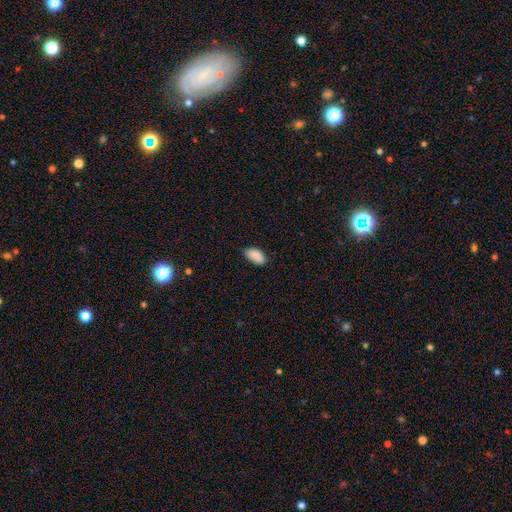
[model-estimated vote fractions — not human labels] Smooth or featured: smooth — 90% (star or artifact — 7%)
How rounded: in between — 95% (round — 3%)
Merging: none — 80% (minor disturbance — 16%)